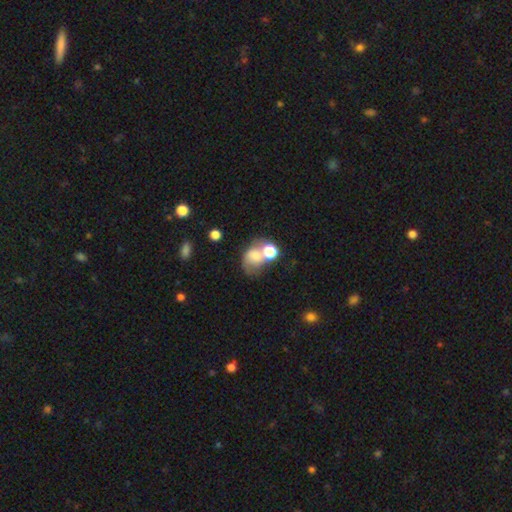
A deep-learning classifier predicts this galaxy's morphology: smooth 57%, featured or disk 29%, star or artifact 14%. Down the decision tree: how rounded — in between (53%); merging — merger (41%).